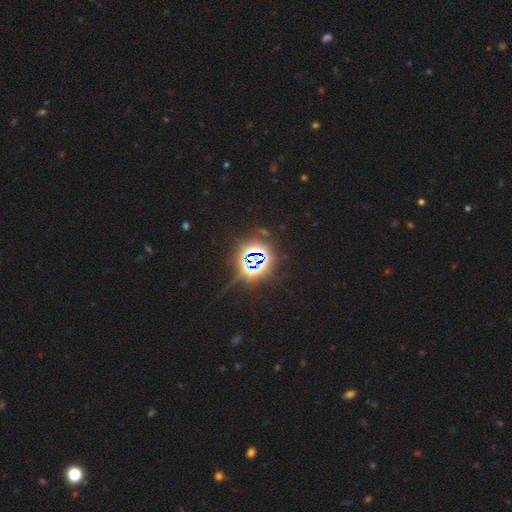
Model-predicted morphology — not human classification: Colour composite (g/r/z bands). It shows a star or artifact, not a galaxy (82%).